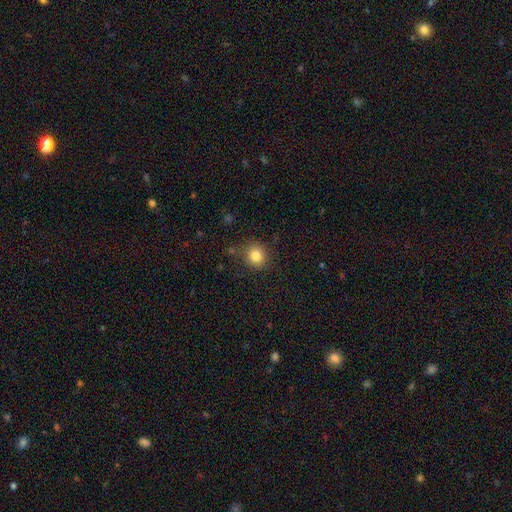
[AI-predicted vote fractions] The model was most divided on "how rounded": round: 81%, in between: 18%, cigar-shaped: 1%. More confident: merging — none (83%); smooth or featured — smooth (82%).